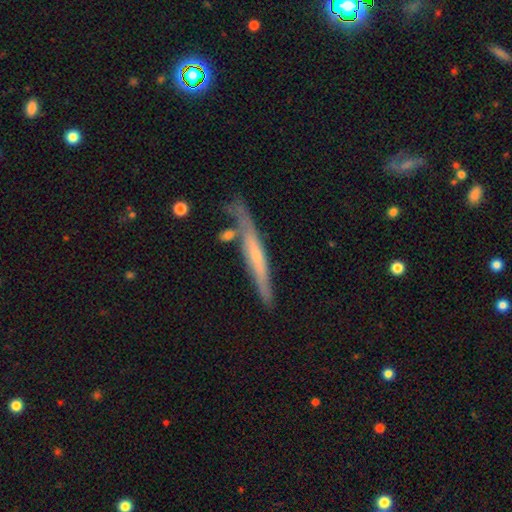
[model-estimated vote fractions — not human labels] Smooth or featured? Predicted: featured or disk (p=0.58). Edge-on disk? Predicted: yes (p=0.90). Edge-on bulge? Predicted: none (p=0.54). Merging? Predicted: none (p=0.66).